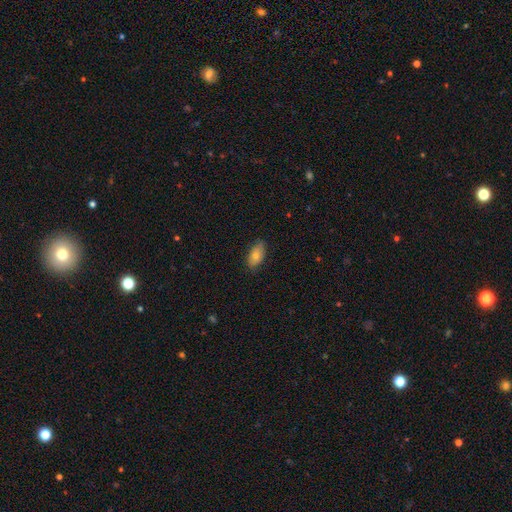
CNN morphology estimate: Smooth or featured? smooth (72%)
How rounded? in between (90%)
Merging? none (82%)